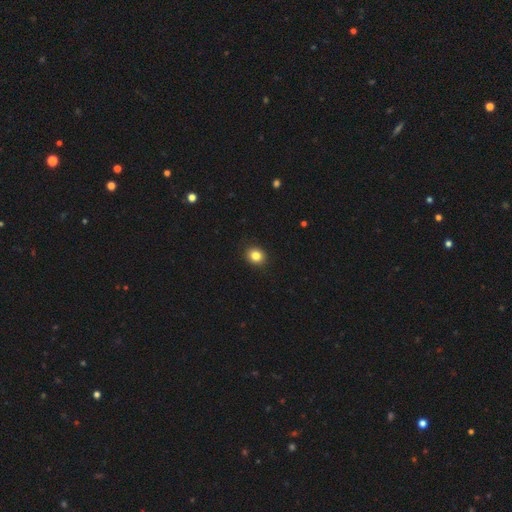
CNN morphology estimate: A smooth galaxy with no disk features (84%) that is round (71%).

Vote fractions:
- Smooth or featured? smooth: 84% / star or artifact: 11% / featured or disk: 6%
- How rounded? round: 71% / in between: 28% / cigar-shaped: 1%
- Merging? none: 91% / minor disturbance: 6% / major disturbance: 2% / merger: 1%